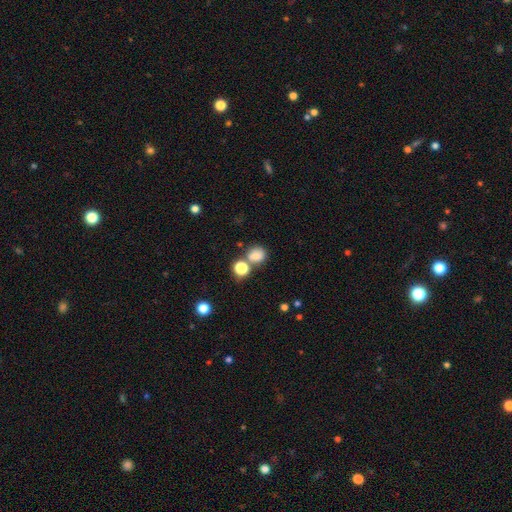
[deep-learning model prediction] smooth-or-featured: smooth: 80% | star or artifact: 13% | featured or disk: 7%
  how-rounded: round: 73% | in between: 26% | cigar-shaped: 1%
  merging: none: 54% | merger: 28% | minor disturbance: 12% | major disturbance: 5%